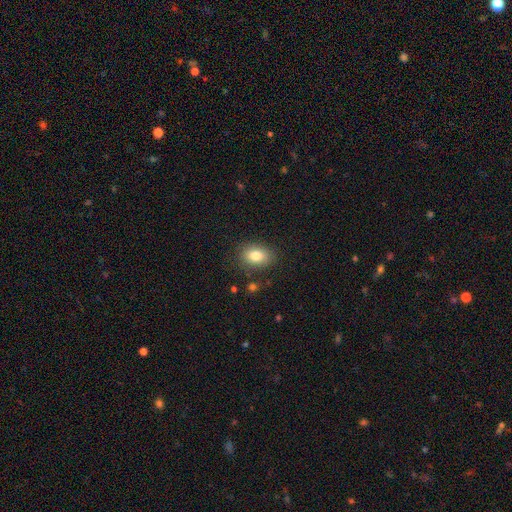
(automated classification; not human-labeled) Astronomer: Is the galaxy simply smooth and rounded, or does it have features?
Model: smooth — 81%.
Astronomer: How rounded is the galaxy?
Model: in between — 74%.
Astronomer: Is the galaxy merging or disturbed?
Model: none — 84%.